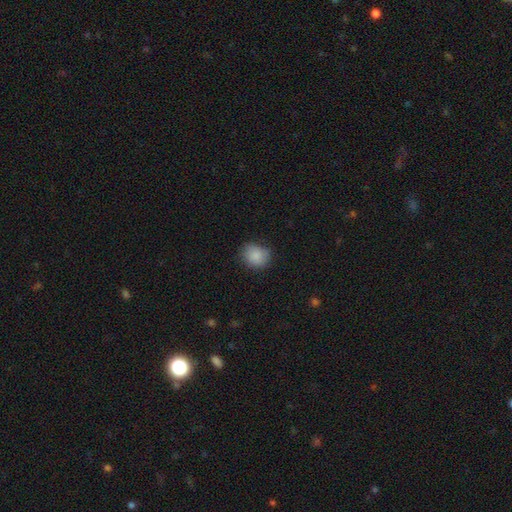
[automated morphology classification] type=smooth (86%); roundness=round (67%); merging=none (66%).